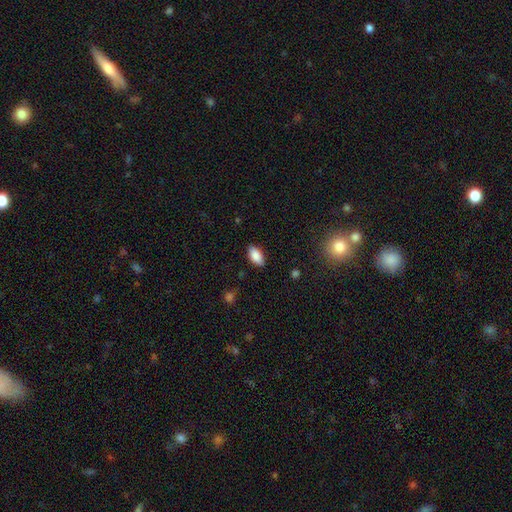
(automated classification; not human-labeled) Overall: smooth (87%). How rounded: in between (92%). Merging: none (86%).